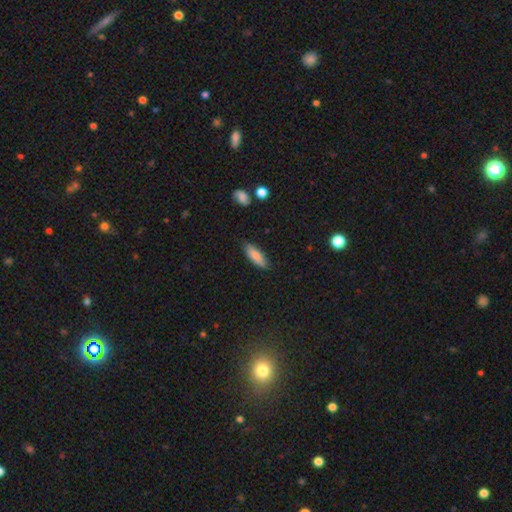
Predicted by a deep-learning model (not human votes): Smooth or featured: smooth — 81% (featured or disk — 12%)
How rounded: in between — 55% (cigar-shaped — 43%)
Merging: none — 82% (minor disturbance — 14%)